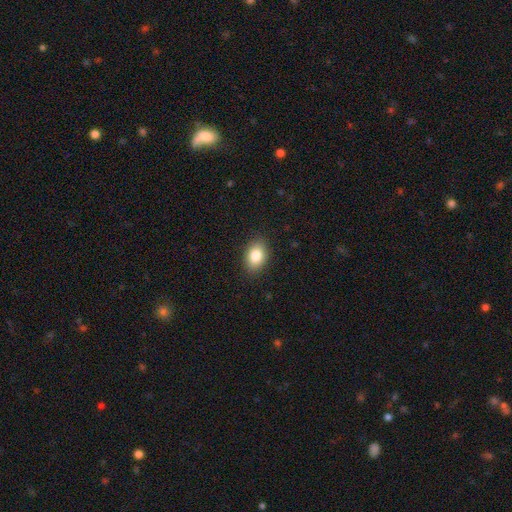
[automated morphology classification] Q: Smooth or featured?
A: smooth (84%); runner-up: star or artifact (8%)
Q: How rounded?
A: in between (81%); runner-up: round (18%)
Q: Merging?
A: none (88%); runner-up: minor disturbance (9%)